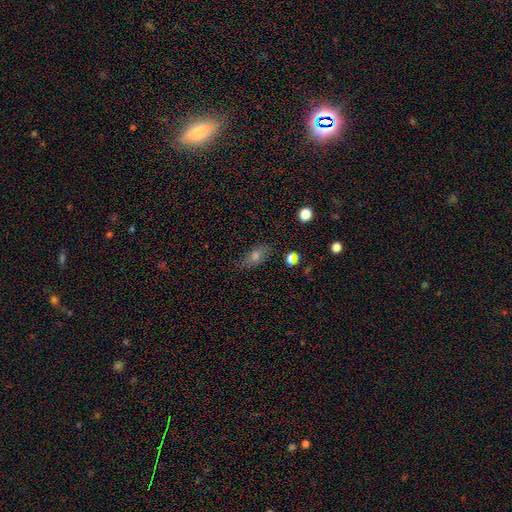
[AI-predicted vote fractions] Smooth or featured: smooth — 66% (featured or disk — 17%)
How rounded: in between — 80% (cigar-shaped — 10%)
Merging: none — 80% (minor disturbance — 14%)